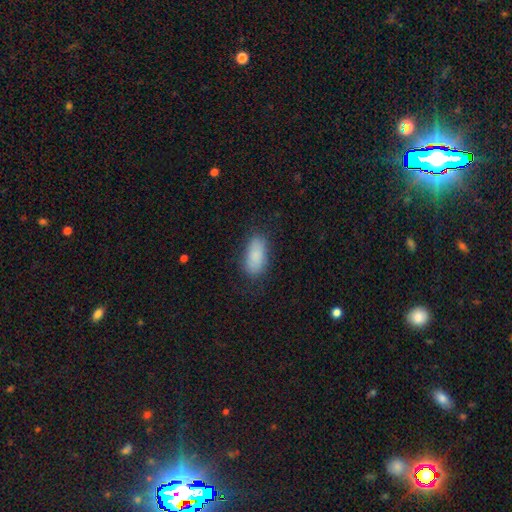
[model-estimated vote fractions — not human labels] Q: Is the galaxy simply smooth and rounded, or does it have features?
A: smooth — 86%.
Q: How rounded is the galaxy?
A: in between — 90%.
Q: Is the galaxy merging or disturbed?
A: none — 76%.